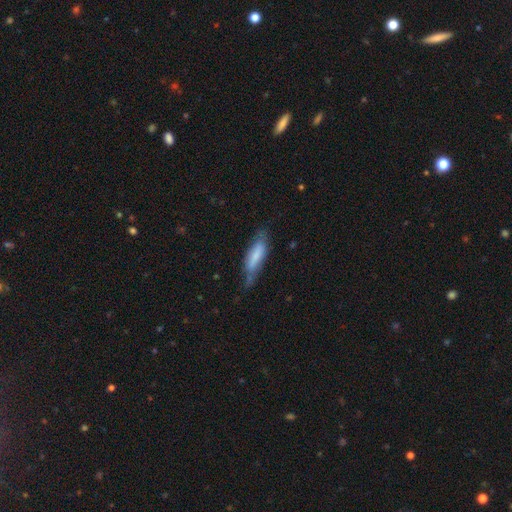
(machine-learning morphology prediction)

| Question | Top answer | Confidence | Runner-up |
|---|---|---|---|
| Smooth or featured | smooth | 64% | featured or disk (29%) |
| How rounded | cigar-shaped | 57% | in between (41%) |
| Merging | none | 49% | minor disturbance (34%) |